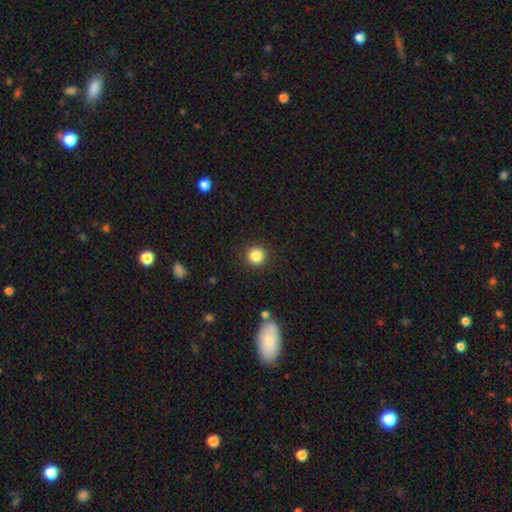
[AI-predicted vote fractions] smooth 84%, star or artifact 11%, featured or disk 5%. Down the decision tree: how rounded — round (95%); merging — none (91%).